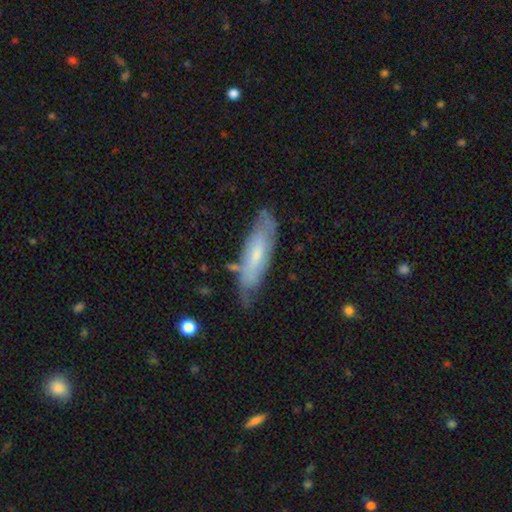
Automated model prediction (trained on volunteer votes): A smooth galaxy with no disk features (48%). Merging: none (67%).